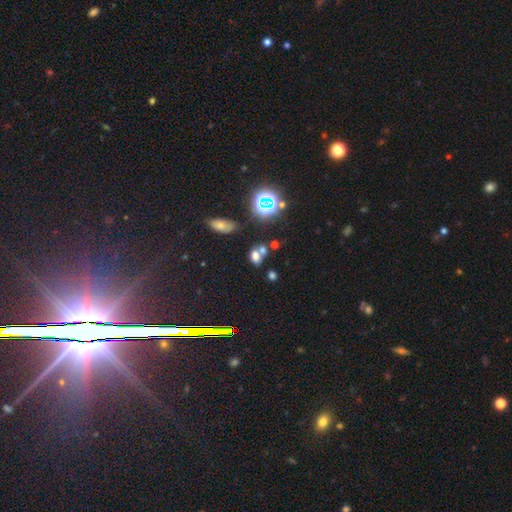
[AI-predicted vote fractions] Smooth or featured: smooth — 61% (star or artifact — 26%)
How rounded: in between — 74% (round — 24%)
Merging: none — 45% (merger — 39%)